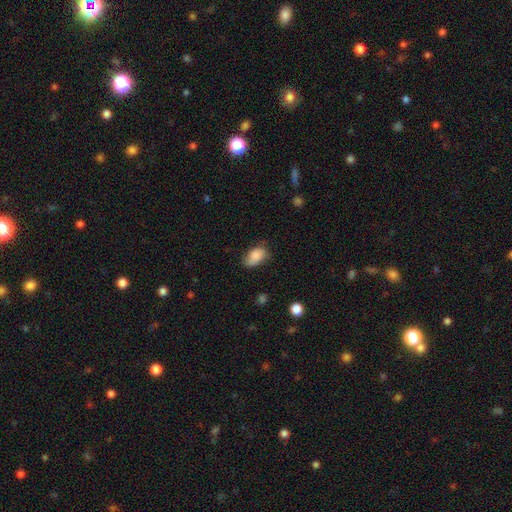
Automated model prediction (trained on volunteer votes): The model was most divided on "merging": none: 59%, minor disturbance: 31%, major disturbance: 8%, merger: 2%. More confident: how rounded — in between (90%); smooth or featured — smooth (84%).